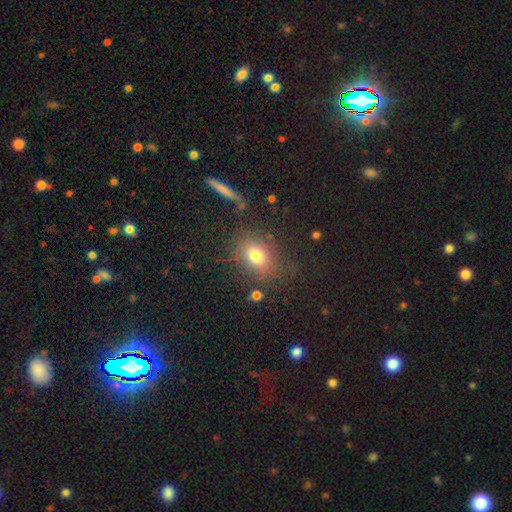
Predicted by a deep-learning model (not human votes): Q: Smooth or featured?
A: smooth (74%); runner-up: star or artifact (14%)
Q: How rounded?
A: in between (59%); runner-up: round (38%)
Q: Merging?
A: none (75%); runner-up: minor disturbance (14%)